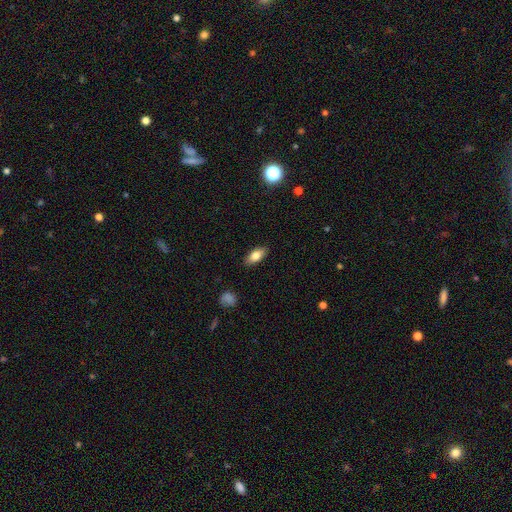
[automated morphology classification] Overall: smooth (80%). How rounded: in between (87%). Merging: none (88%).